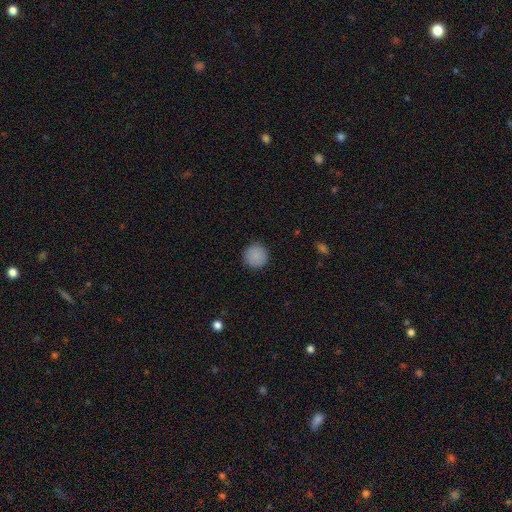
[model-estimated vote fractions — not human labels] Morphology: type=smooth (88%); roundness=round (95%); merging=none (92%).